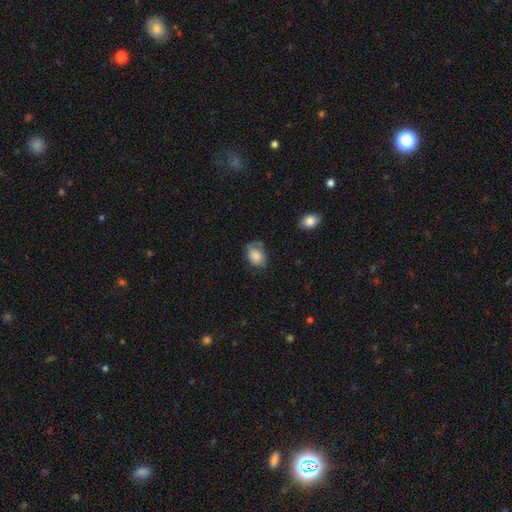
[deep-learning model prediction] Overall: smooth (74%). How rounded: in between (69%; round 30%). Merging: none (52%; minor disturbance 33%).